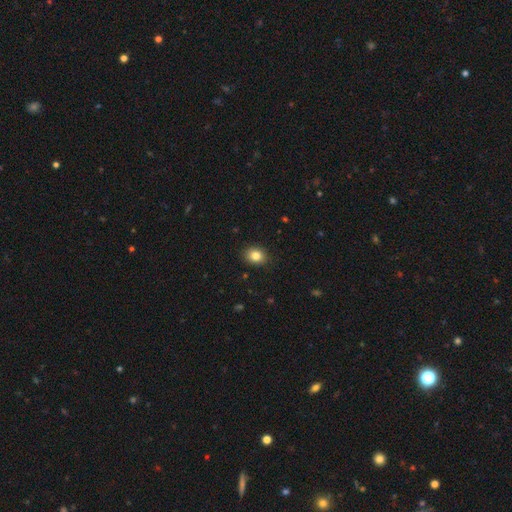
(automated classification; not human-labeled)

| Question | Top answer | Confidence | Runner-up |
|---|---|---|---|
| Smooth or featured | smooth | 84% | star or artifact (10%) |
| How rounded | round | 51% | in between (48%) |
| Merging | none | 88% | minor disturbance (9%) |